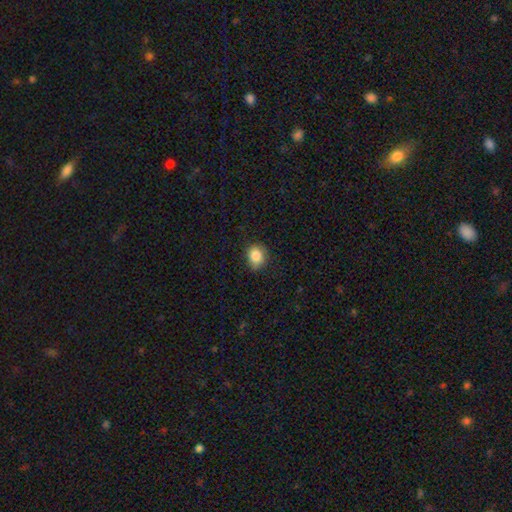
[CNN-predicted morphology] Overall: smooth (85%). How rounded: round (63%; in between 36%). Merging: none (77%).